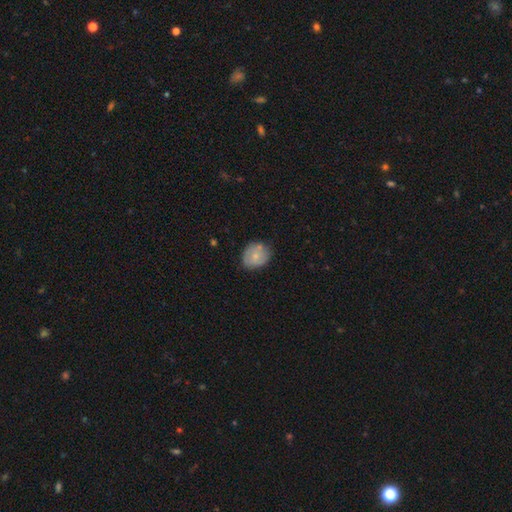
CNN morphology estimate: Smooth or featured? smooth (65%)
How rounded? round (63%)
Merging? none (65%)